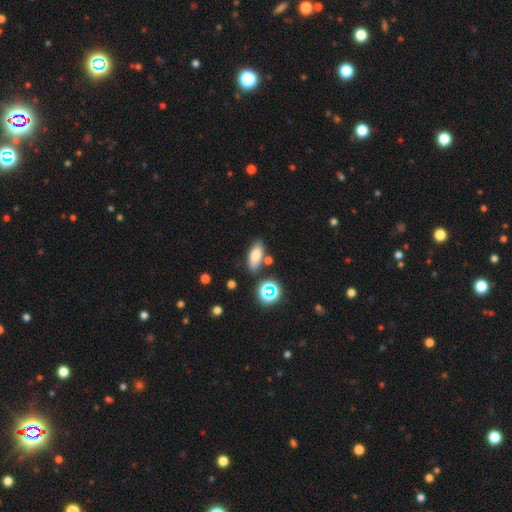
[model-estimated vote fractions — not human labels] A smooth galaxy with no disk features (74%) that is in between round and cigar-shaped (77%). Merging: none (75%).